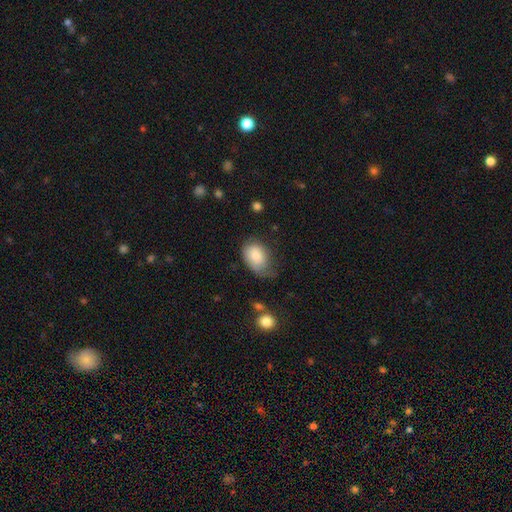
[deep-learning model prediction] smooth-or-featured: smooth: 82% | featured or disk: 10% | star or artifact: 7%
  how-rounded: in between: 83% | round: 16% | cigar-shaped: 1%
  merging: none: 44% | minor disturbance: 38% | major disturbance: 15% | merger: 3%